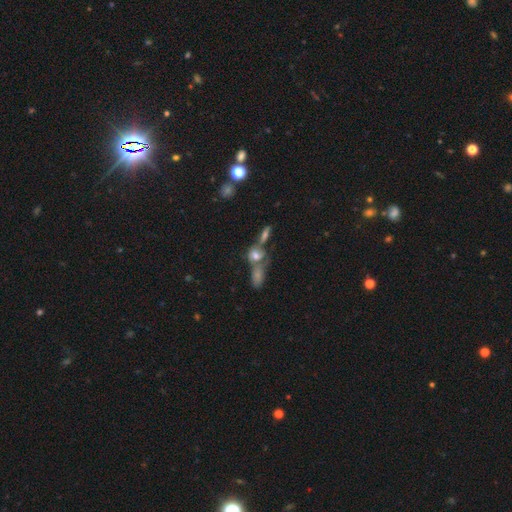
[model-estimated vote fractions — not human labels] The model was most divided on "merging": merger: 51%, none: 30%, minor disturbance: 11%, major disturbance: 8%. More confident: smooth or featured — smooth (60%); how rounded — in between (57%).